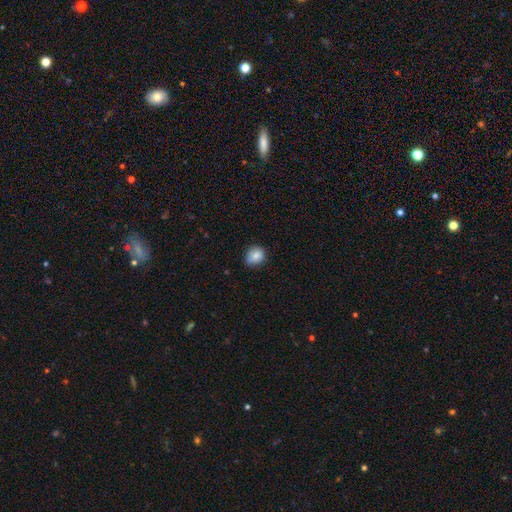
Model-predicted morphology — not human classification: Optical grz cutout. It shows a smooth galaxy with no disk features (85%) that is round (72%). Merging: none (74%).